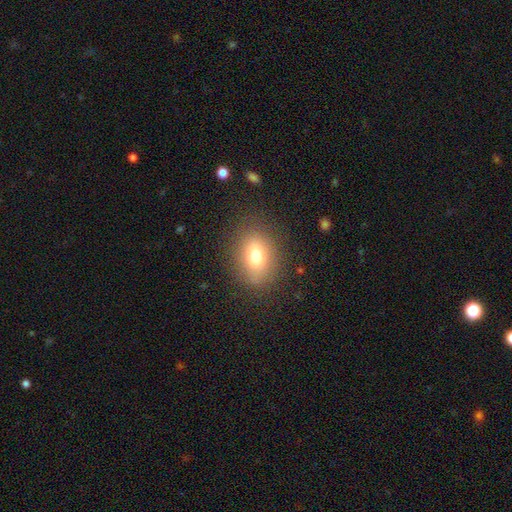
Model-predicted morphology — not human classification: Smooth or featured? smooth (74%)
How rounded? in between (66%)
Merging? none (82%)